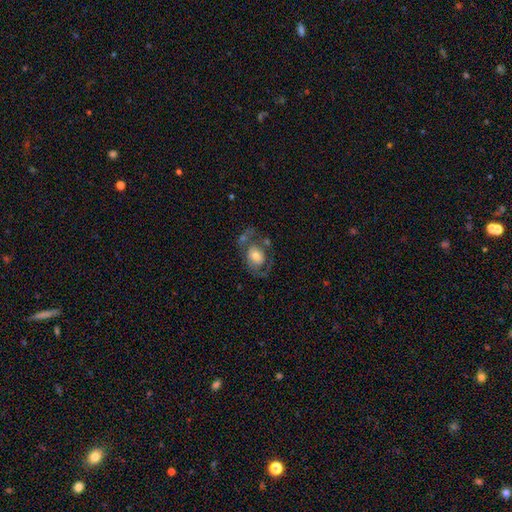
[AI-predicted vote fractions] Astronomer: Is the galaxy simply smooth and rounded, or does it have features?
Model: featured or disk — 48% (runner-up: smooth, 44%).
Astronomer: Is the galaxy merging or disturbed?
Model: none — 43% (runner-up: major disturbance, 25%).